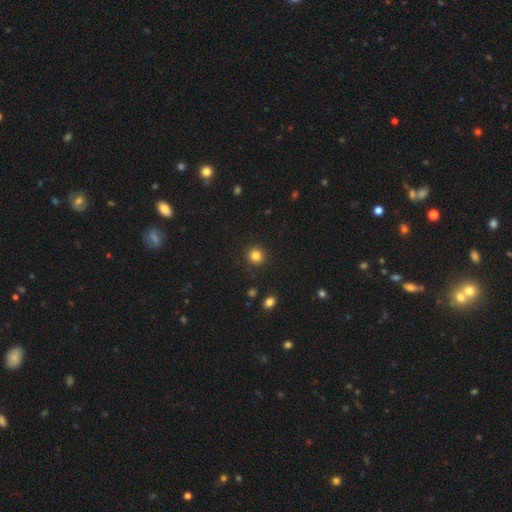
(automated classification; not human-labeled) A smooth galaxy with no disk features (83%) that is round (93%).

Vote fractions:
- Smooth or featured? smooth: 83% / star or artifact: 12% / featured or disk: 5%
- How rounded? round: 93% / in between: 6% / cigar-shaped: 1%
- Merging? none: 92% / minor disturbance: 5% / major disturbance: 2% / merger: 1%